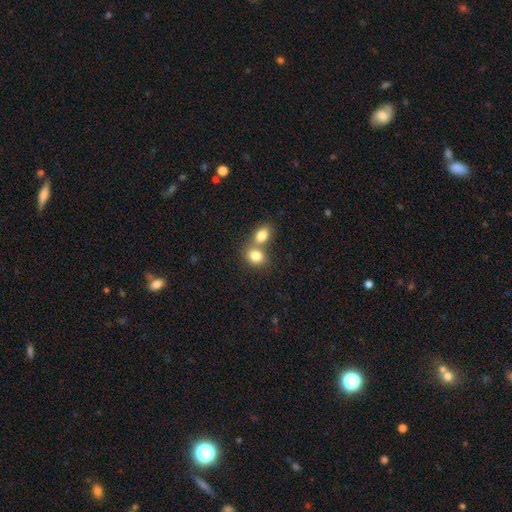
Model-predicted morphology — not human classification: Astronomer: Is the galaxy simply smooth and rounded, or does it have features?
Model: smooth — 81%.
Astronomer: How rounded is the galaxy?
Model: in between — 55% (runner-up: round, 44%).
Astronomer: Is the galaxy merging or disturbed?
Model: merger — 59%.